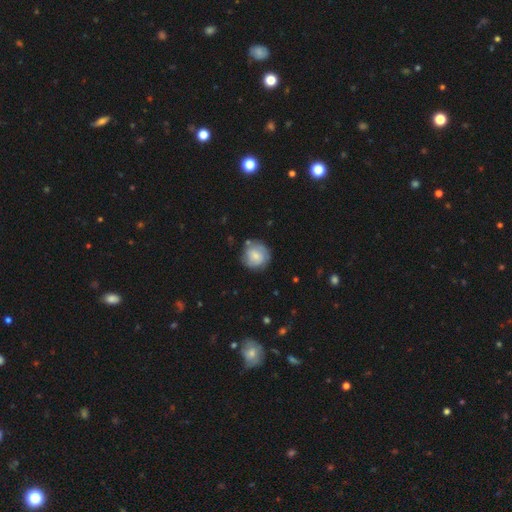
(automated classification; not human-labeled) A smooth galaxy with no disk features (58%) that is round (89%). Merging: none (75%).